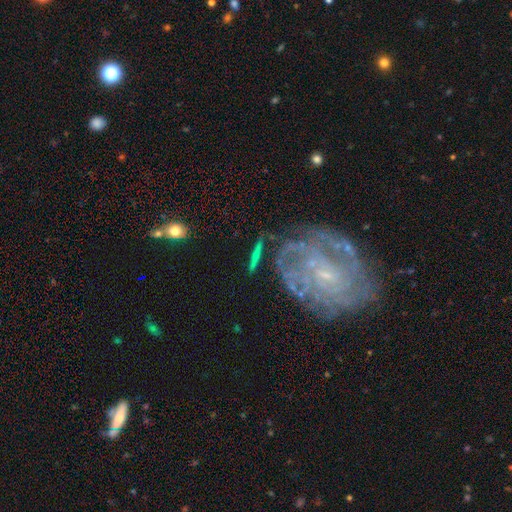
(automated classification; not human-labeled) Smooth or featured: featured or disk — 50% (smooth — 40%)
Edge-on disk: yes — 58% (no — 42%)
Merging: none — 75% (minor disturbance — 14%)